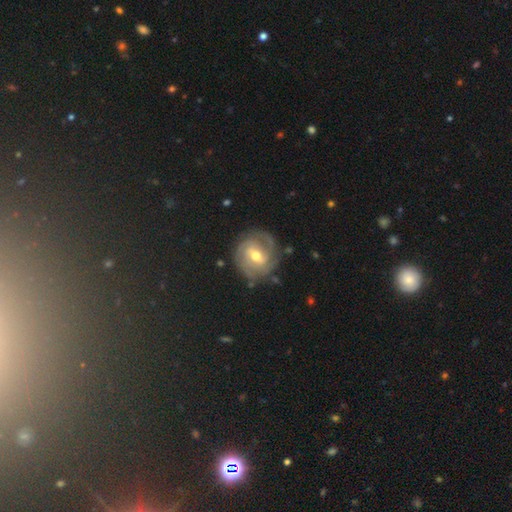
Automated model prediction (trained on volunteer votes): Smooth or featured? Predicted: featured or disk (p=0.82). Edge-on disk? Predicted: no (p=0.97). Bar? Predicted: weak (p=0.55). Spiral arms? Predicted: yes (p=0.93). Spiral winding? Predicted: tight (p=0.61). Spiral arm count? Predicted: 2 (p=0.32). Bulge size? Predicted: moderate (p=0.69). Merging? Predicted: none (p=0.76).